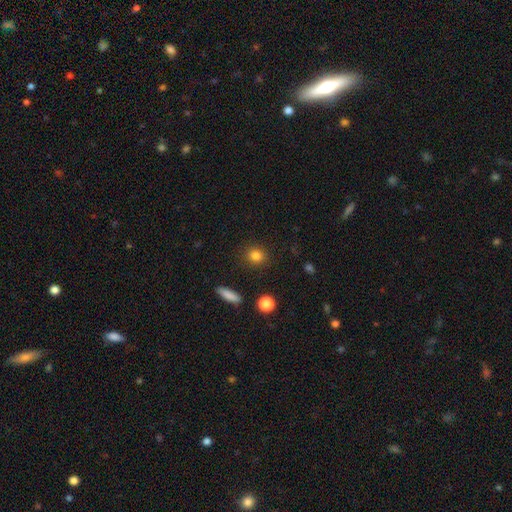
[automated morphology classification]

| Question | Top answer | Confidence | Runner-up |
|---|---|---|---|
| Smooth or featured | smooth | 84% | star or artifact (11%) |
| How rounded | round | 76% | in between (22%) |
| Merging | none | 89% | minor disturbance (7%) |